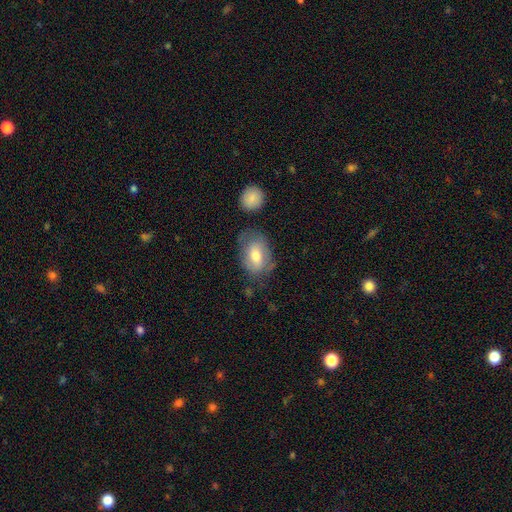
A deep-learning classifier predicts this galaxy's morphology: Q: Smooth or featured?
A: smooth (68%); runner-up: featured or disk (25%)
Q: How rounded?
A: in between (81%); runner-up: round (17%)
Q: Merging?
A: none (57%); runner-up: minor disturbance (27%)